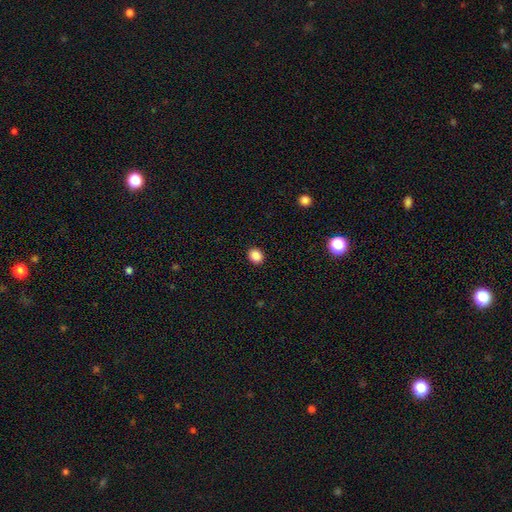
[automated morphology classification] Smooth or featured? Predicted: smooth (p=0.87). How rounded? Predicted: round (p=0.70). Merging? Predicted: none (p=0.92).